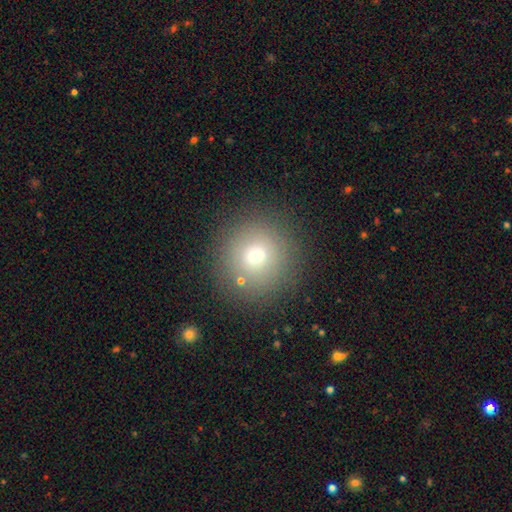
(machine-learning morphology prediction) This is likely a smooth galaxy (69%). How rounded: clearly round (92%). Merging: clearly none (83%).